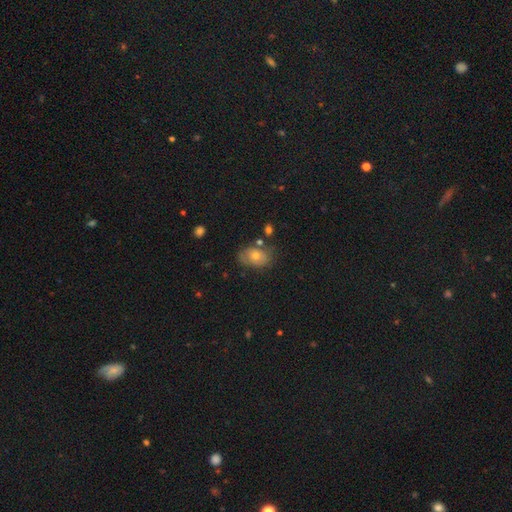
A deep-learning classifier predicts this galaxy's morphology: Smooth or featured: smooth — 58% (featured or disk — 28%)
How rounded: in between — 78% (round — 20%)
Merging: none — 69% (minor disturbance — 20%)